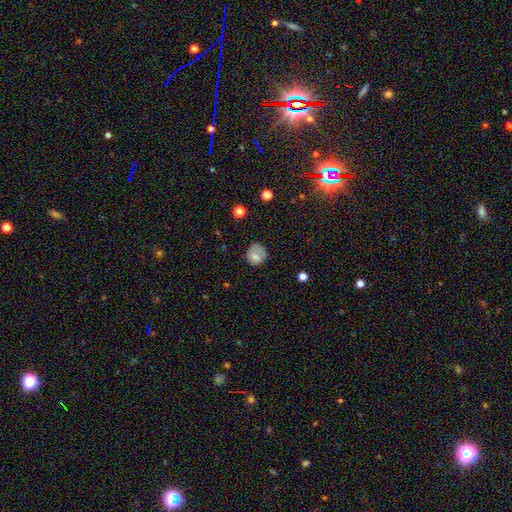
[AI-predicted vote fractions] A smooth galaxy with no disk features (73%) that is round (79%).

Vote fractions:
- Smooth or featured? smooth: 73% / featured or disk: 18% / star or artifact: 9%
- How rounded? round: 79% / in between: 20% / cigar-shaped: 1%
- Merging? none: 61% / minor disturbance: 26% / major disturbance: 11% / merger: 2%